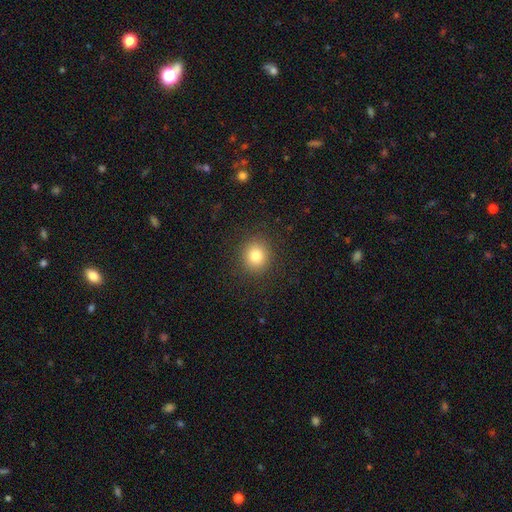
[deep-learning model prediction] smooth 81%, star or artifact 12%, featured or disk 7%. Down the decision tree: how rounded — round (85%); merging — none (90%).